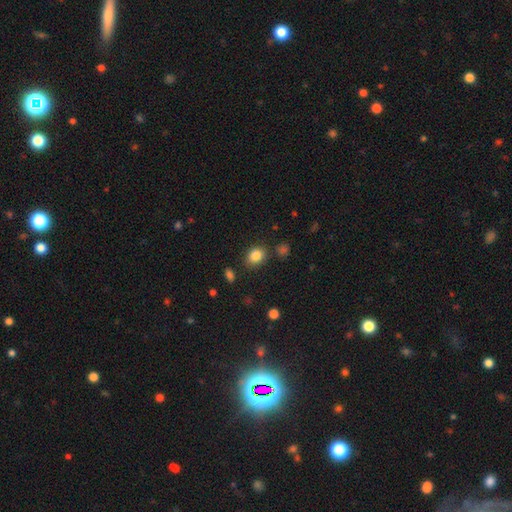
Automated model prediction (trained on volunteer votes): A smooth galaxy with no disk features (84%) that is in between round and cigar-shaped (52%).

Vote fractions:
- Smooth or featured? smooth: 84% / star or artifact: 10% / featured or disk: 6%
- How rounded? in between: 52% / round: 47% / cigar-shaped: 1%
- Merging? none: 81% / minor disturbance: 12% / merger: 4% / major disturbance: 3%